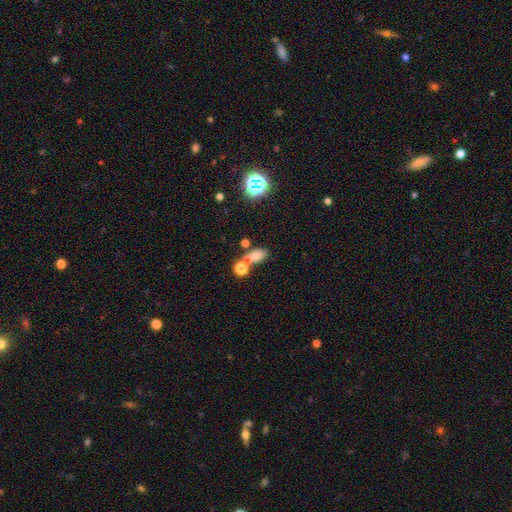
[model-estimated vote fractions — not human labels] Q: Smooth or featured?
A: smooth (70%); runner-up: star or artifact (18%)
Q: How rounded?
A: in between (75%); runner-up: round (20%)
Q: Merging?
A: none (46%); runner-up: merger (36%)